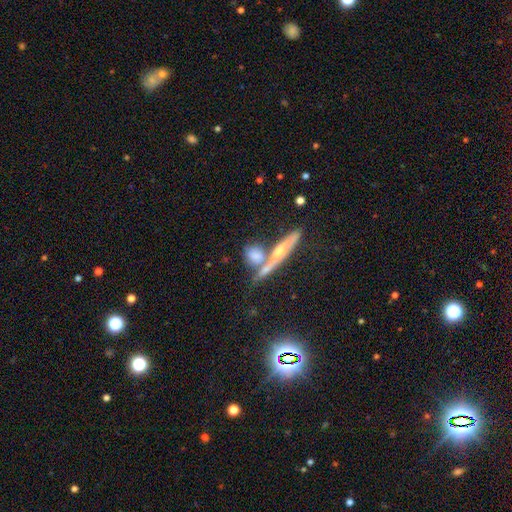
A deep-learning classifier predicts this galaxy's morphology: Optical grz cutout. It shows a smooth galaxy with no disk features (56%) that is cigar-shaped (35%, tied with in between). Merging: none (41%, tied with merger).